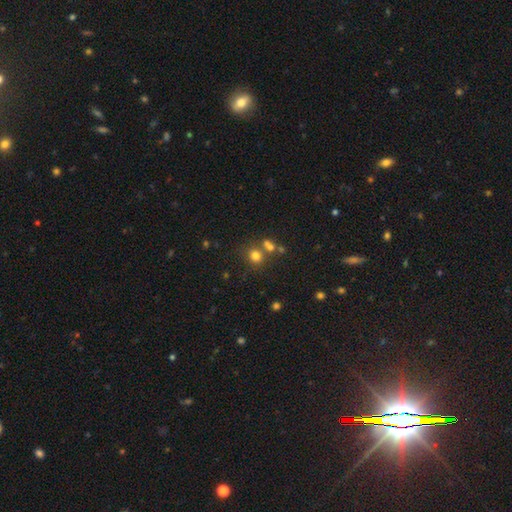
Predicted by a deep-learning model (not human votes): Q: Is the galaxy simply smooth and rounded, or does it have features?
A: smooth — 74%.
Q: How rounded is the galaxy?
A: round — 76%.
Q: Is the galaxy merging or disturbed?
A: none — 59%.